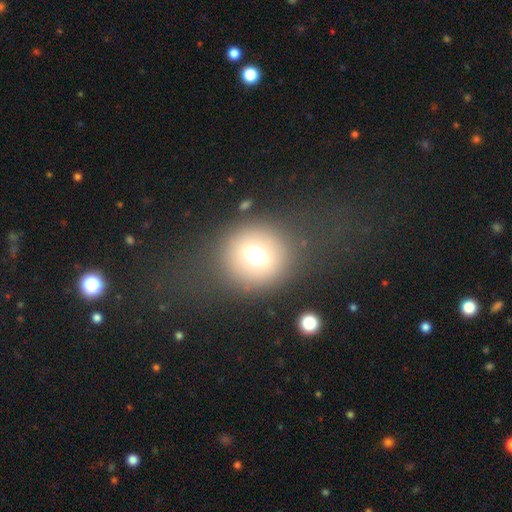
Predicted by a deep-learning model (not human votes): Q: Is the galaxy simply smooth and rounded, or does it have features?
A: smooth — 67%.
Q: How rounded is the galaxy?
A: round — 88%.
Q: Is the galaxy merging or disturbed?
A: none — 78%.